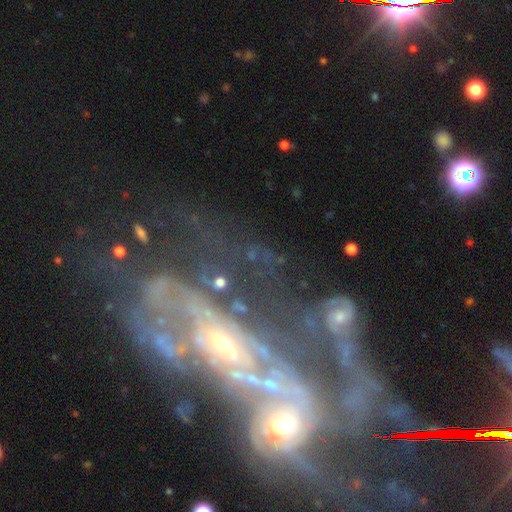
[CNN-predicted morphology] Smooth or featured: featured or disk — 73% (star or artifact — 15%)
Edge-on disk: no — 92% (yes — 8%)
Bar: no — 67% (weak — 22%)
Spiral arms: yes — 63% (no — 37%)
Bulge size: small — 46% (moderate — 39%)
Merging: merger — 58% (major disturbance — 21%)